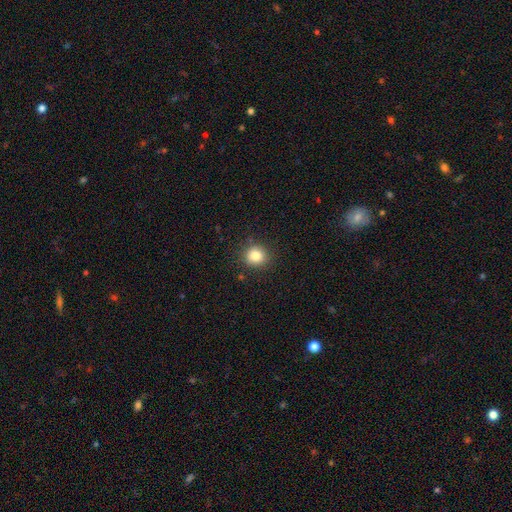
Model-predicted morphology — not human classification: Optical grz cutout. It shows a smooth galaxy with no disk features (83%) that is round (88%). Merging: none (88%).